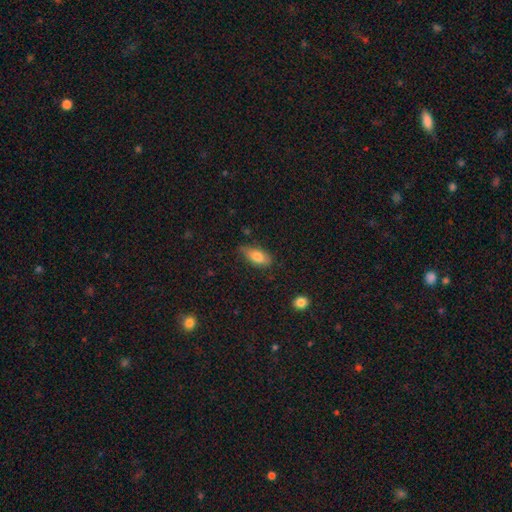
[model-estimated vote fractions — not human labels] Smooth or featured?
  - smooth: 78% *
  - featured or disk: 15%
  - star or artifact: 7%
How rounded?
  - in between: 85% *
  - cigar-shaped: 11%
  - round: 4%
Merging?
  - none: 68% *
  - minor disturbance: 25%
  - major disturbance: 4%
  - merger: 2%